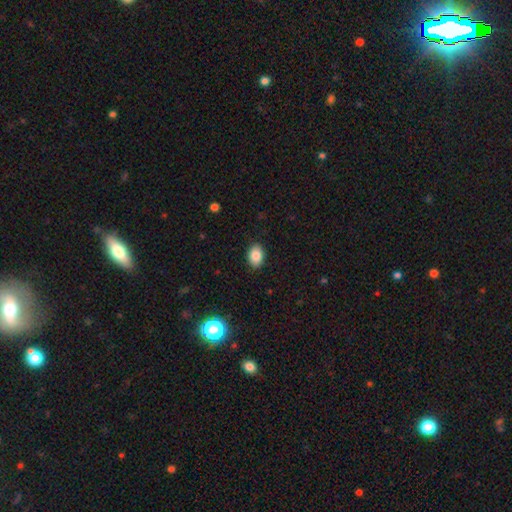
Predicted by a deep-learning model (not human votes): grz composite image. It shows a smooth galaxy with no disk features (86%) that is in between round and cigar-shaped (81%). Merging: none (89%).